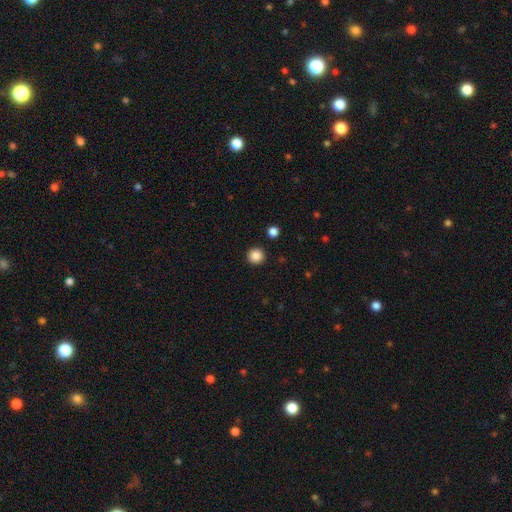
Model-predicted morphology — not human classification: This is clearly a smooth galaxy (87%). How rounded: clearly round (96%). Merging: clearly none (93%).